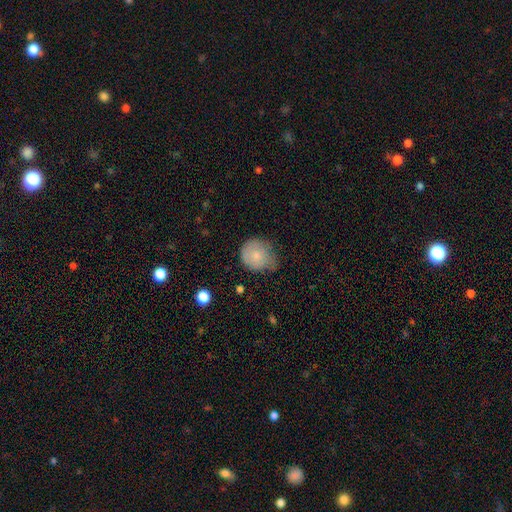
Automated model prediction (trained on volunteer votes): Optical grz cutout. It shows a smooth galaxy with no disk features (76%) that is round (78%). Merging: none (47%).